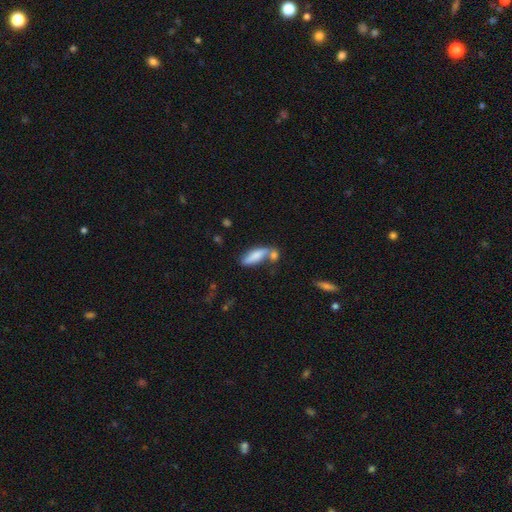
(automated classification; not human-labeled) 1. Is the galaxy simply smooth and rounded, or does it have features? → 74% smooth, 19% featured or disk, 7% star or artifact.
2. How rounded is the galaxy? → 54% in between, 43% cigar-shaped, 2% round.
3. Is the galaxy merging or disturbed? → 44% none, 33% merger, 16% minor disturbance, 7% major disturbance.